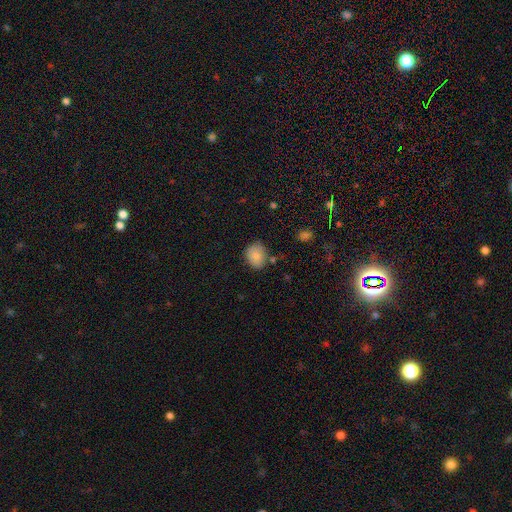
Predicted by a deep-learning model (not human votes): smooth_or_featured: smooth (p=0.84) [alt: star or artifact p=0.08]
how_rounded: in between (p=0.53) [alt: round p=0.46]
merging: none (p=0.73) [alt: minor disturbance p=0.19]